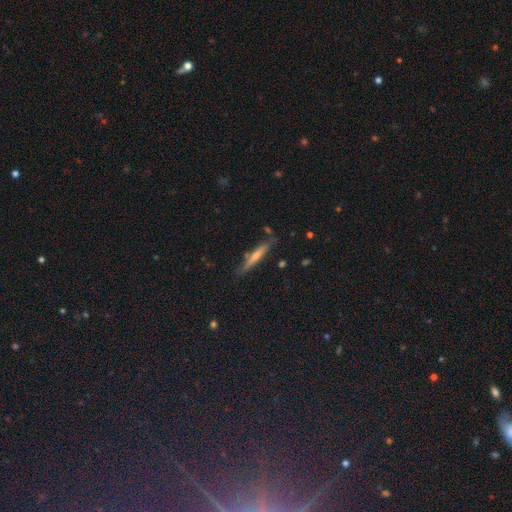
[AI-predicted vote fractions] featured or disk 59%, smooth 32%, star or artifact 9%. Down the decision tree: edge-on disk — yes (94%); edge-on bulge — rounded (61%); merging — none (82%).